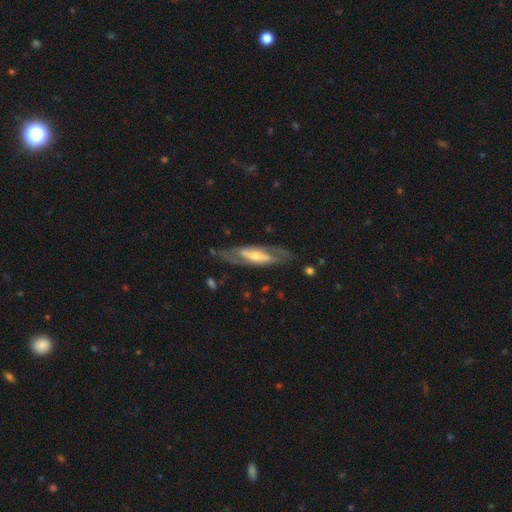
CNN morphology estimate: Q: Smooth or featured?
A: featured or disk (74%); runner-up: smooth (21%)
Q: Edge-on disk?
A: no (73%); runner-up: yes (27%)
Q: Bar?
A: strong (41%); runner-up: weak (31%)
Q: Spiral arms?
A: yes (66%); runner-up: no (34%)
Q: Bulge size?
A: moderate (49%); runner-up: small (40%)
Q: Merging?
A: none (74%); runner-up: minor disturbance (16%)